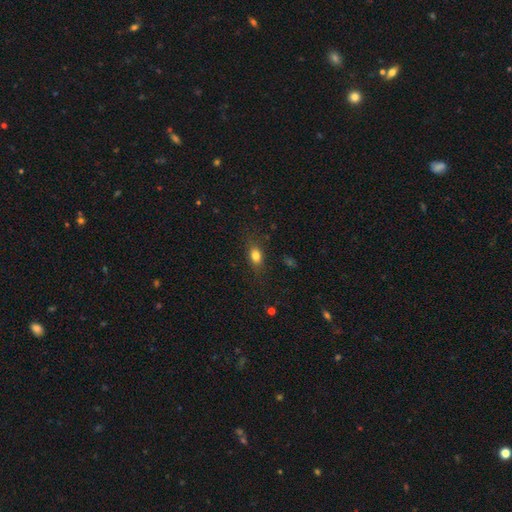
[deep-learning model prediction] Smooth or featured: smooth — 80% (star or artifact — 11%)
How rounded: in between — 71% (round — 23%)
Merging: none — 79% (minor disturbance — 15%)